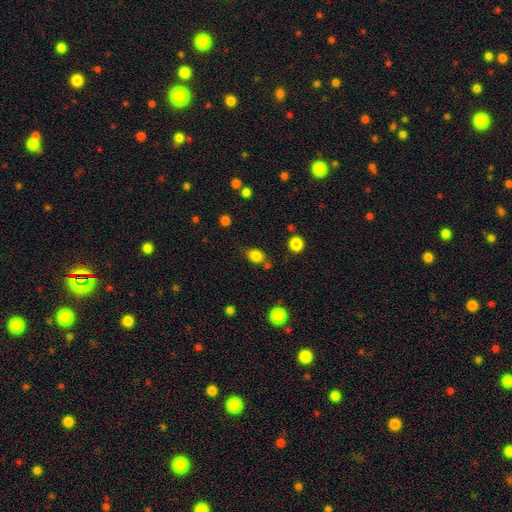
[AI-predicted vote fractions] Smooth or featured: smooth — 83% (star or artifact — 11%)
How rounded: in between — 54% (round — 45%)
Merging: none — 69% (minor disturbance — 18%)